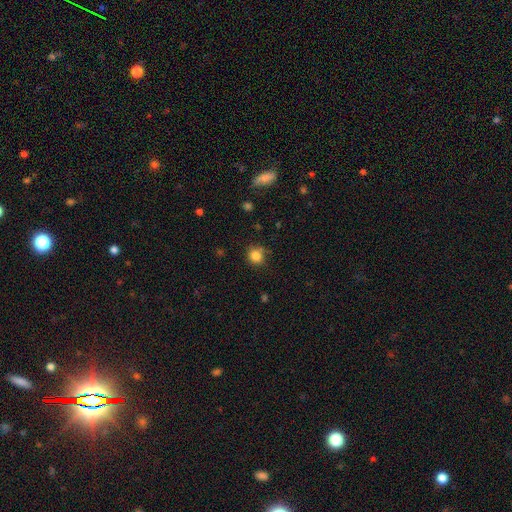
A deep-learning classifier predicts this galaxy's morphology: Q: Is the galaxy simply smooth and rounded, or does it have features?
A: smooth — 83%.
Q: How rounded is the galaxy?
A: round — 86%.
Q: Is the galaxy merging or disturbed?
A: none — 78%.